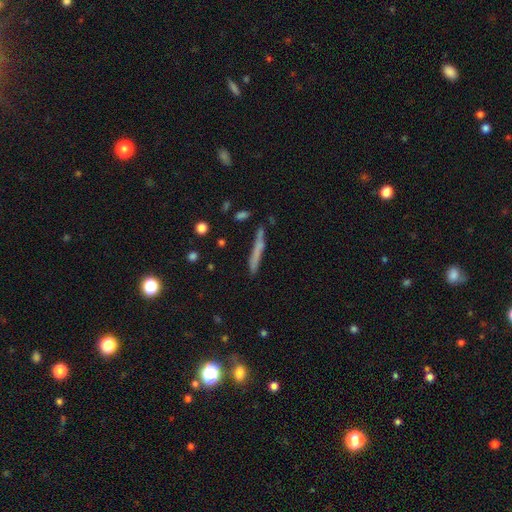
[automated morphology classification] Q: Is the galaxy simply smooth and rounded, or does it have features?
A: smooth — 58%.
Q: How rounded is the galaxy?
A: cigar-shaped — 95%.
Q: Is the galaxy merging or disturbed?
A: none — 82%.